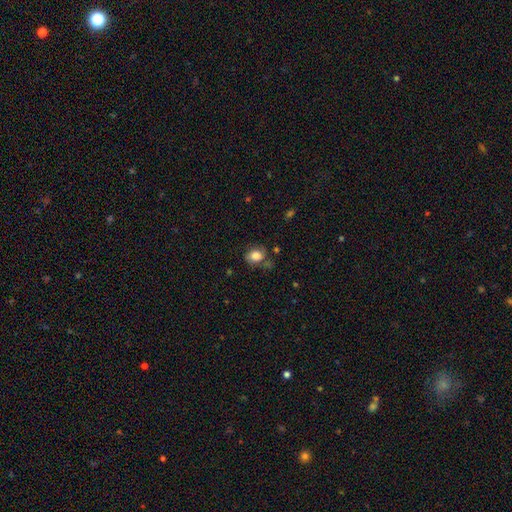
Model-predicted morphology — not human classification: The model was most divided on "how rounded": round: 50%, in between: 49%, cigar-shaped: 1%. More confident: smooth or featured — smooth (79%); merging — none (58%).